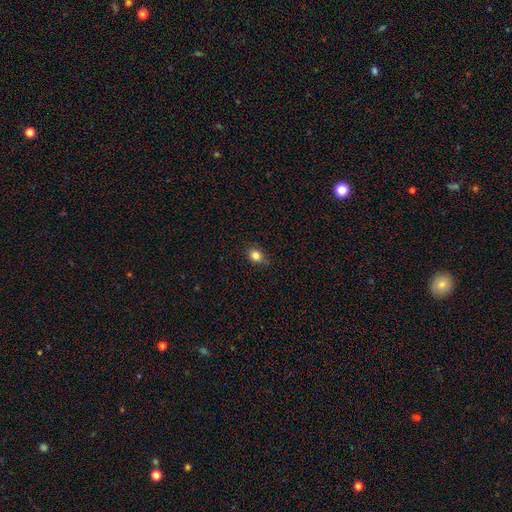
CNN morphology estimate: Smooth or featured? smooth (83%)
How rounded? round (59%)
Merging? none (77%)